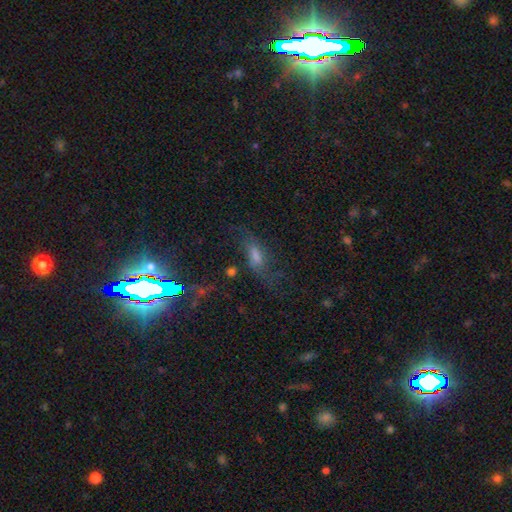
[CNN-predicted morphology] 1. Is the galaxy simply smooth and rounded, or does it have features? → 43% featured or disk, 30% smooth, 27% star or artifact.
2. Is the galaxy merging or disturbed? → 56% none, 20% major disturbance, 20% minor disturbance, 4% merger.